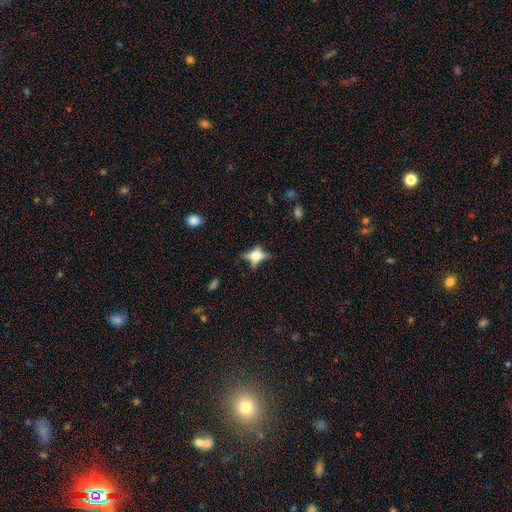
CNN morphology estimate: Smooth or featured? featured or disk (53%)
Edge-on disk? yes (82%)
Merging? none (63%)